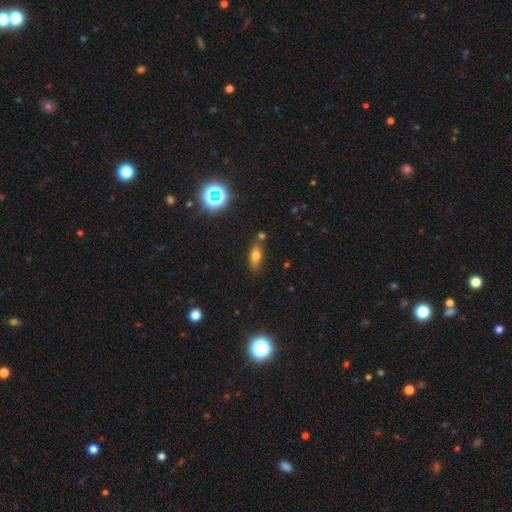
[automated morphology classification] This is likely a smooth galaxy (67%). How rounded: likely in between (72%). Merging: likely none (70%).